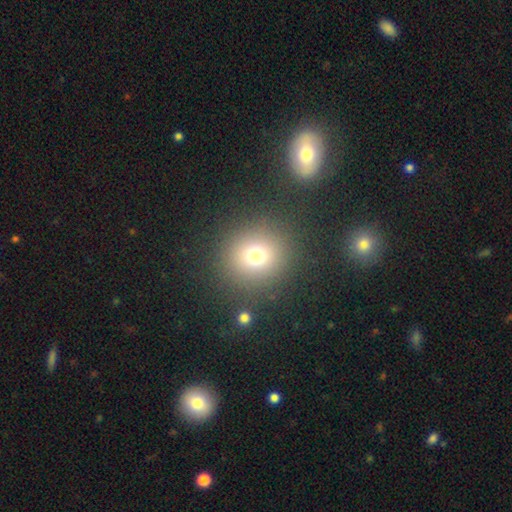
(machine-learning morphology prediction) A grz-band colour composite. It shows a smooth galaxy with no disk features (73%) that is round (90%). Merging: none (85%).